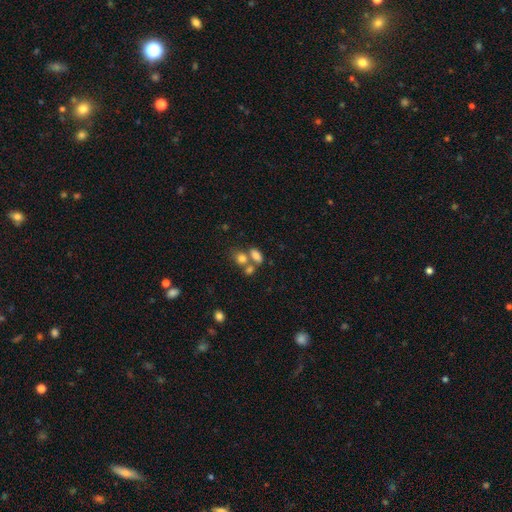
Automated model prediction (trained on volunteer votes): The model was most divided on "merging": merger: 45%, none: 39%, minor disturbance: 10%, major disturbance: 6%. More confident: how rounded — in between (81%); smooth or featured — smooth (76%).